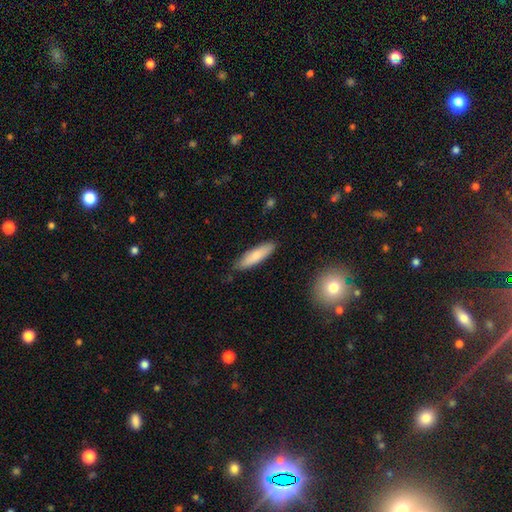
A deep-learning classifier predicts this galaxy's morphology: Q: Smooth or featured?
A: smooth (77%); runner-up: featured or disk (17%)
Q: How rounded?
A: cigar-shaped (66%); runner-up: in between (33%)
Q: Merging?
A: none (83%); runner-up: minor disturbance (13%)